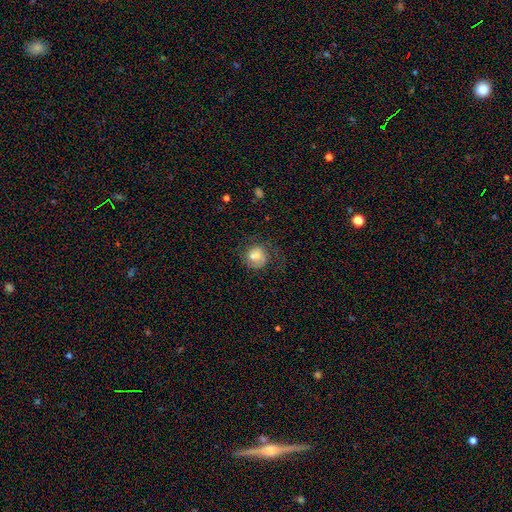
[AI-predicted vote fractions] smooth 64%, featured or disk 25%, star or artifact 11%. Down the decision tree: how rounded — round (83%); merging — none (55%).